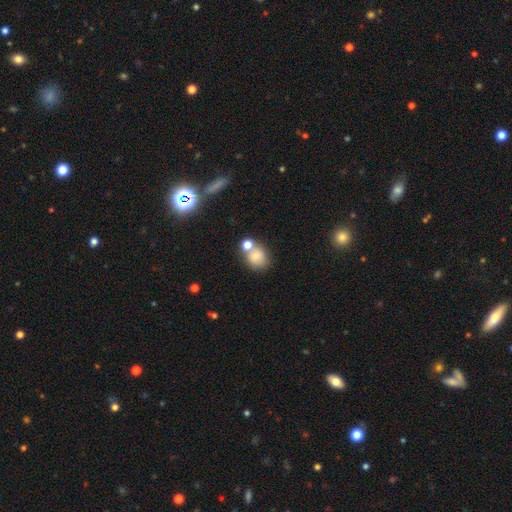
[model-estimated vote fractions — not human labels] Morphology: type=smooth (76%); roundness=round (69%); merging=none (50%).